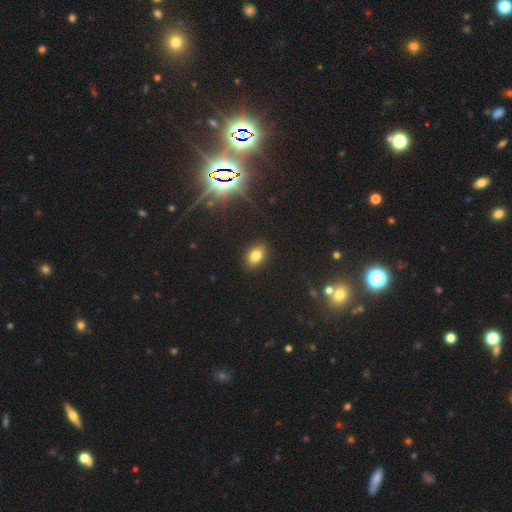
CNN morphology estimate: Smooth or featured? Predicted: smooth (p=0.77). How rounded? Predicted: in between (p=0.78). Merging? Predicted: none (p=0.88).